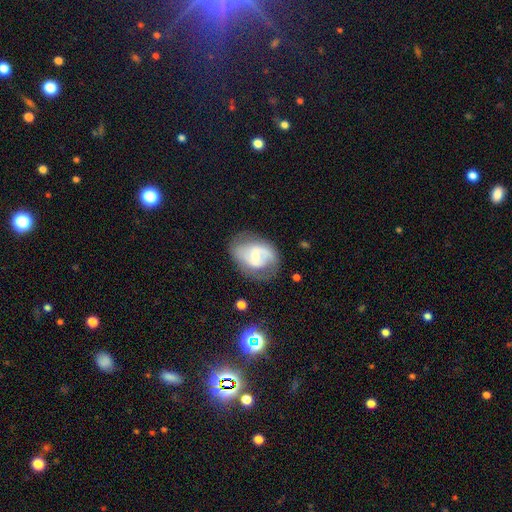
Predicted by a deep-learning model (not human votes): Q: Smooth or featured?
A: featured or disk (67%); runner-up: smooth (26%)
Q: Edge-on disk?
A: no (97%); runner-up: yes (3%)
Q: Bar?
A: weak (46%); runner-up: no (40%)
Q: Spiral arms?
A: yes (78%); runner-up: no (22%)
Q: Spiral winding?
A: medium (44%); runner-up: tight (32%)
Q: Spiral arm count?
A: 2 (62%); runner-up: can't tell (20%)
Q: Bulge size?
A: small (50%); runner-up: moderate (41%)
Q: Merging?
A: none (59%); runner-up: minor disturbance (24%)